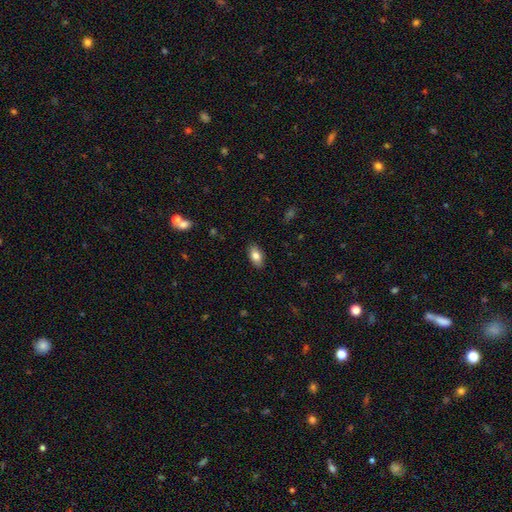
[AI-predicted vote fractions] A smooth galaxy with no disk features (83%) that is in between round and cigar-shaped (91%).

Vote fractions:
- Smooth or featured? smooth: 83% / featured or disk: 10% / star or artifact: 7%
- How rounded? in between: 91% / round: 5% / cigar-shaped: 3%
- Merging? none: 88% / minor disturbance: 9% / major disturbance: 2% / merger: 1%